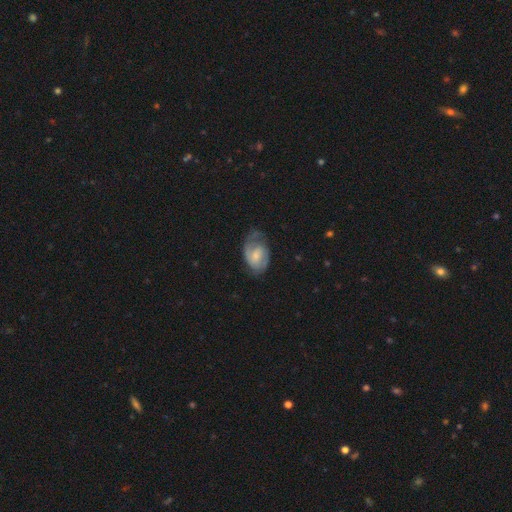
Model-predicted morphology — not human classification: smooth_or_featured: featured or disk (p=0.65) [alt: smooth p=0.29]
disk_edge_on: no (p=0.97) [alt: yes p=0.03]
bar: no (p=0.47) [alt: weak p=0.44]
has_spiral_arms: yes (p=0.88) [alt: no p=0.12]
spiral_winding: medium (p=0.43) [alt: tight p=0.38]
spiral_arm_count: 2 (p=0.56) [alt: 1 p=0.26]
bulge_size: small (p=0.41) [alt: moderate p=0.36]
merging: none (p=0.52) [alt: minor disturbance p=0.27]